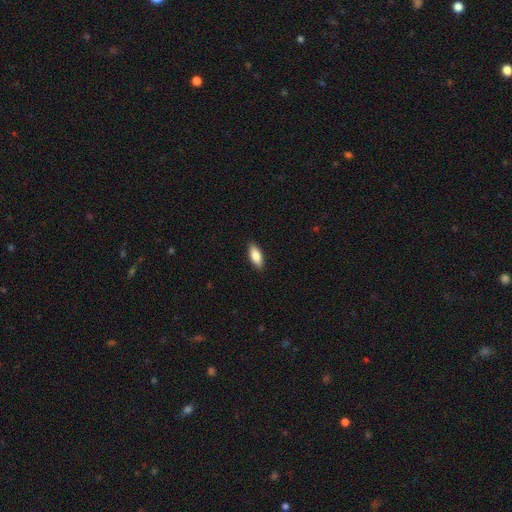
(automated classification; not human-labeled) The model was most divided on "how rounded": in between: 77%, cigar-shaped: 21%, round: 2%. More confident: merging — none (89%); smooth or featured — smooth (82%).